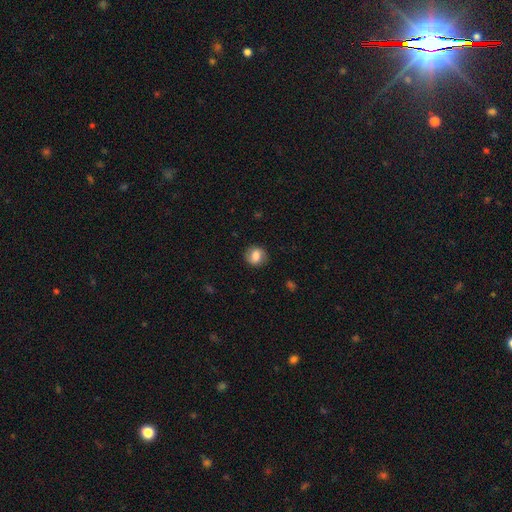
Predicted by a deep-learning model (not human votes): Smooth or featured? smooth (78%)
How rounded? round (77%)
Merging? none (84%)